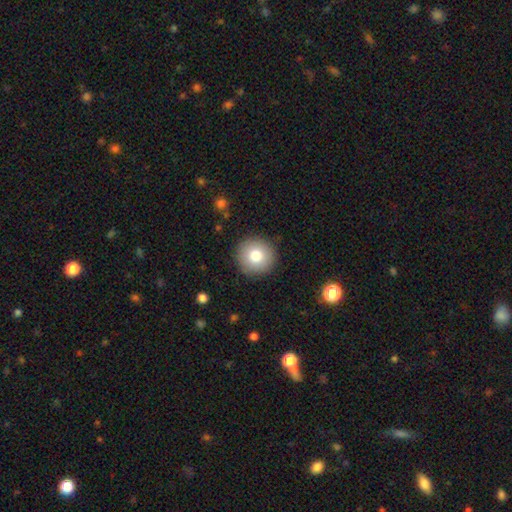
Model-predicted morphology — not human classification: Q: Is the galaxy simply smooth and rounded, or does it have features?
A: smooth — 79%.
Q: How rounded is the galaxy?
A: round — 95%.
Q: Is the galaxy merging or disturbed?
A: none — 91%.